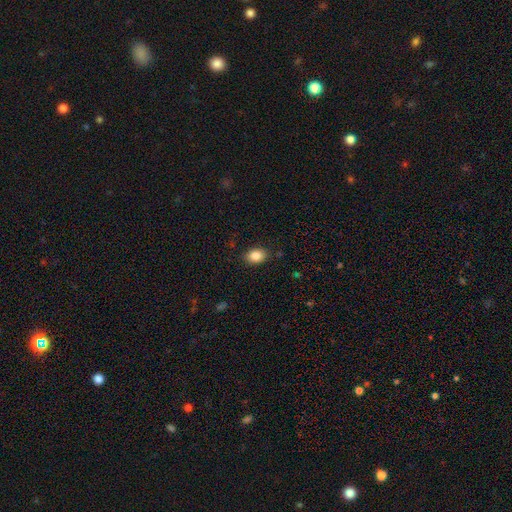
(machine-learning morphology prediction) Q: Smooth or featured?
A: smooth (86%); runner-up: star or artifact (9%)
Q: How rounded?
A: in between (69%); runner-up: round (30%)
Q: Merging?
A: none (87%); runner-up: minor disturbance (10%)